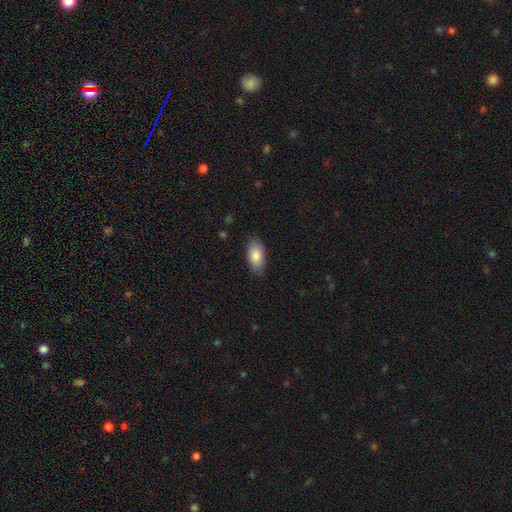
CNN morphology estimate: Smooth or featured?
  - smooth: 84% *
  - featured or disk: 10%
  - star or artifact: 6%
How rounded?
  - in between: 92% *
  - cigar-shaped: 5%
  - round: 3%
Merging?
  - none: 85% *
  - minor disturbance: 12%
  - major disturbance: 2%
  - merger: 1%